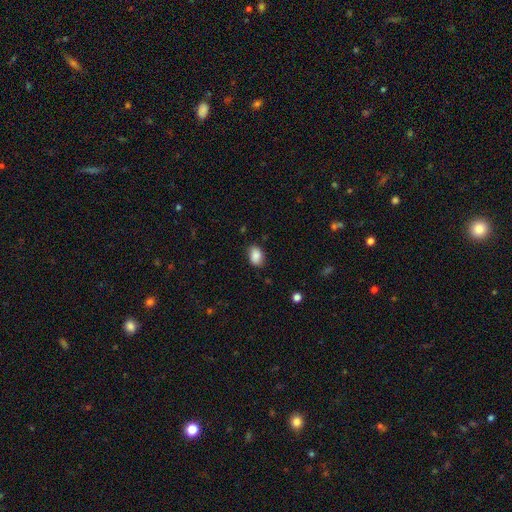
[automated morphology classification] Q: Smooth or featured?
A: smooth (86%); runner-up: star or artifact (8%)
Q: How rounded?
A: in between (78%); runner-up: round (21%)
Q: Merging?
A: none (78%); runner-up: minor disturbance (17%)